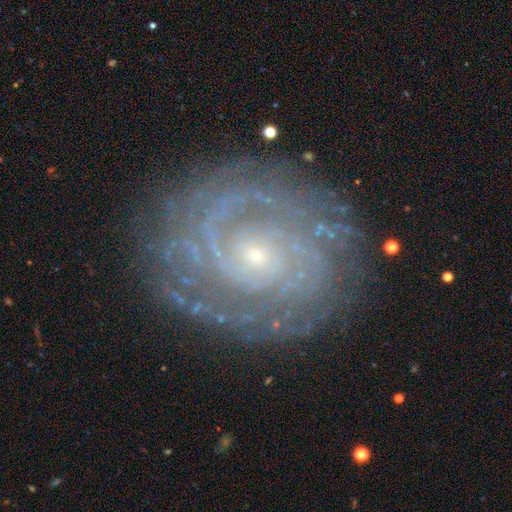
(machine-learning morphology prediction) Smooth or featured? featured or disk (87%)
Edge-on disk? no (97%)
Bar? no (70%)
Spiral arms? yes (97%)
Spiral winding? tight (79%)
Spiral arm count? 2 (36%)
Bulge size? small (79%)
Merging? none (81%)